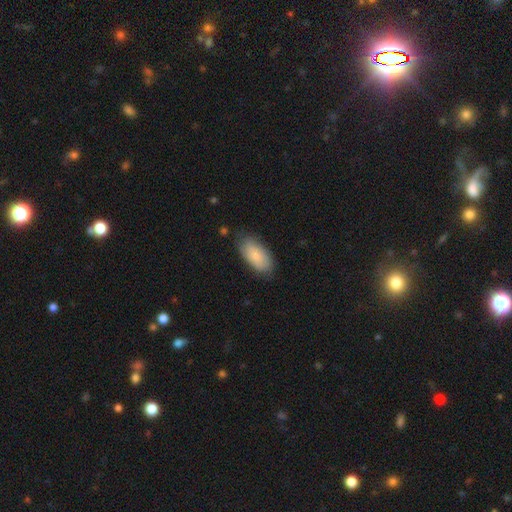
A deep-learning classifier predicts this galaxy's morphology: Smooth or featured: smooth — 82% (featured or disk — 12%)
How rounded: in between — 91% (cigar-shaped — 7%)
Merging: none — 74% (minor disturbance — 20%)